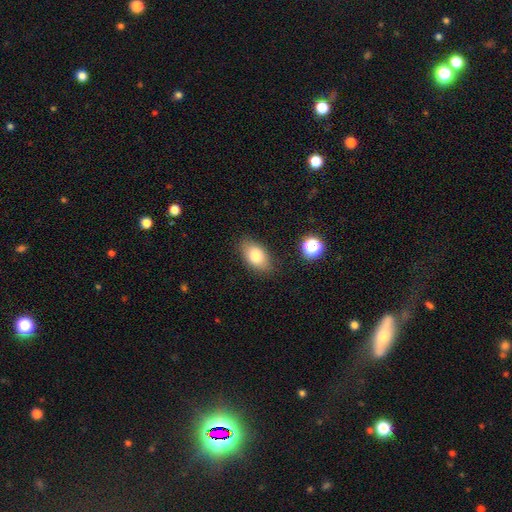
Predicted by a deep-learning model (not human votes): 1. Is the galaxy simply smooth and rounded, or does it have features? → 80% smooth, 11% featured or disk, 9% star or artifact.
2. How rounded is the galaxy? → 89% in between, 9% round, 2% cigar-shaped.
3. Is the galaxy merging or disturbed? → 83% none, 12% minor disturbance, 3% major disturbance, 2% merger.